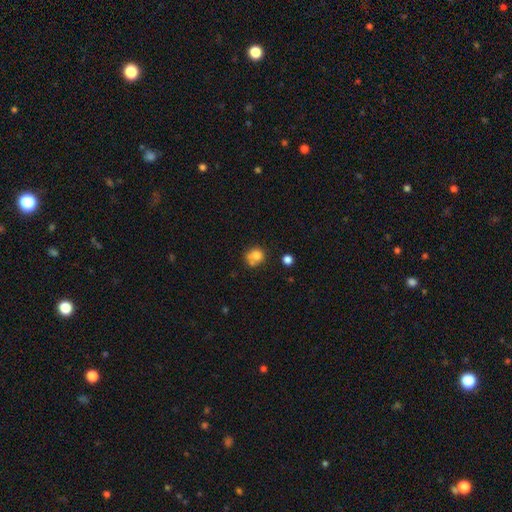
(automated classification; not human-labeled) Overall: smooth (76%). How rounded: round (74%). Merging: none (46%; merger 30%).